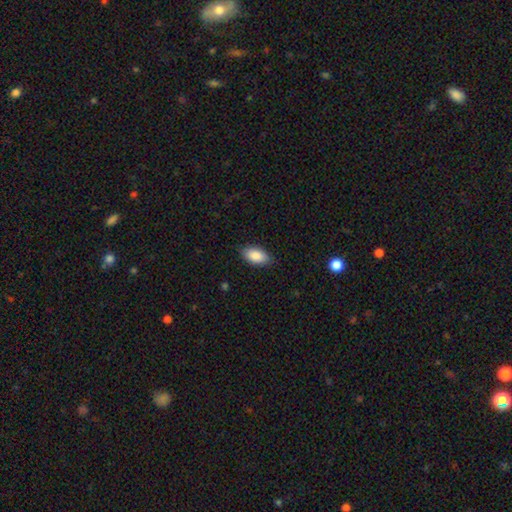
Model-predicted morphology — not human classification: This appears to be a smooth galaxy with no disk features (88%) that is in between round and cigar-shaped (94%). Merging: none (85%).